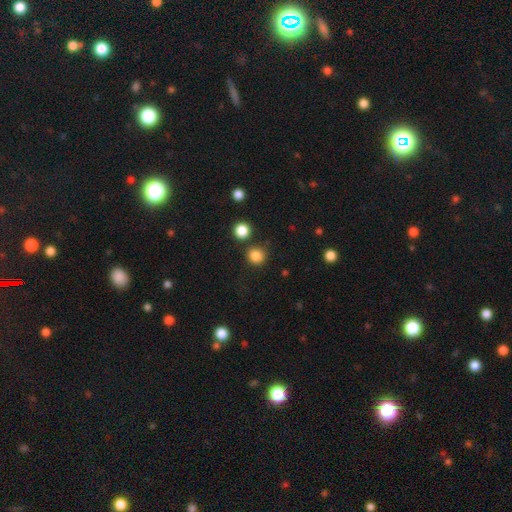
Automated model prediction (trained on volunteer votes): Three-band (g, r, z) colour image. It shows a smooth galaxy with no disk features (85%) that is round (89%). Merging: none (82%).